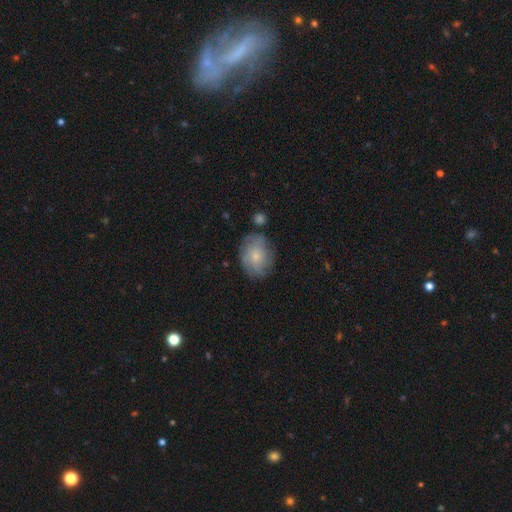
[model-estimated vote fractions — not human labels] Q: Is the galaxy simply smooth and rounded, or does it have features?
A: smooth — 54%.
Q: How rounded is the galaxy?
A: in between — 51%.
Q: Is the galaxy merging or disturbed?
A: none — 70%.